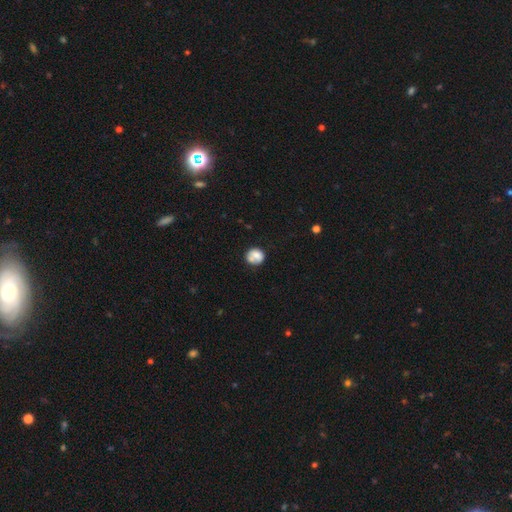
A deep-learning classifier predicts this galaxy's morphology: smooth-or-featured: smooth: 73% | featured or disk: 19% | star or artifact: 9%
  how-rounded: round: 75% | in between: 24% | cigar-shaped: 1%
  merging: none: 52% | minor disturbance: 22% | merger: 17% | major disturbance: 9%